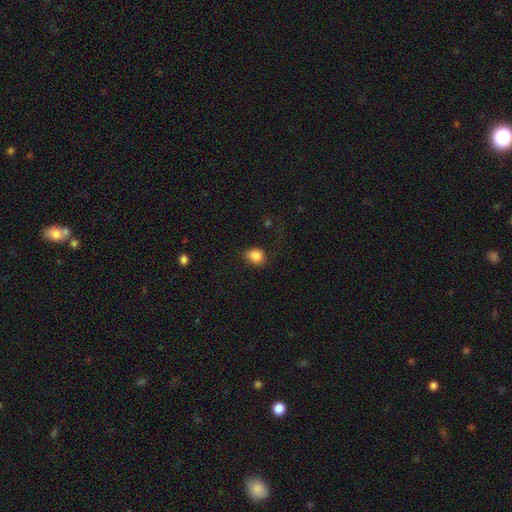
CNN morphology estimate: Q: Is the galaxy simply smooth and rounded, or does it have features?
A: smooth — 86%.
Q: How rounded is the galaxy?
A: round — 56%.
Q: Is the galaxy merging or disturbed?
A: none — 70%.